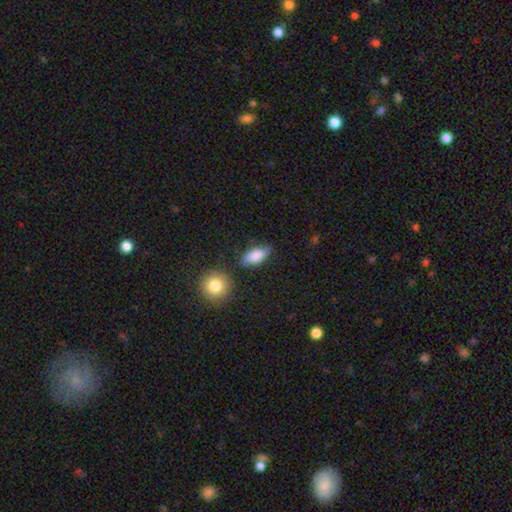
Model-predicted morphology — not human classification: The model was most divided on "merging": none: 69%, minor disturbance: 21%, merger: 5%, major disturbance: 5%. More confident: how rounded — in between (87%); smooth or featured — smooth (83%).